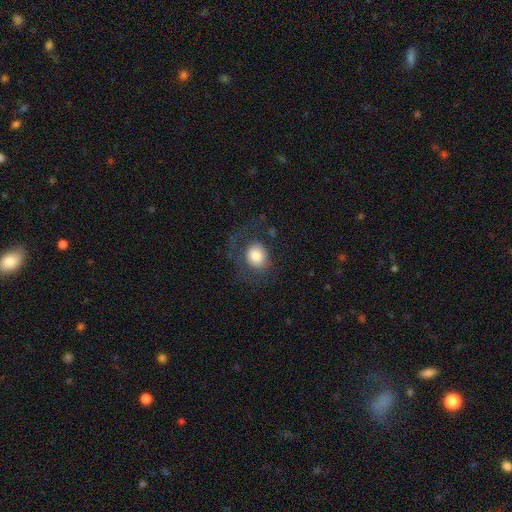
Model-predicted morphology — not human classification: The model was most divided on "merging": none: 49%, major disturbance: 31%, minor disturbance: 18%, merger: 2%. More confident: smooth or featured — smooth (75%); how rounded — round (66%).